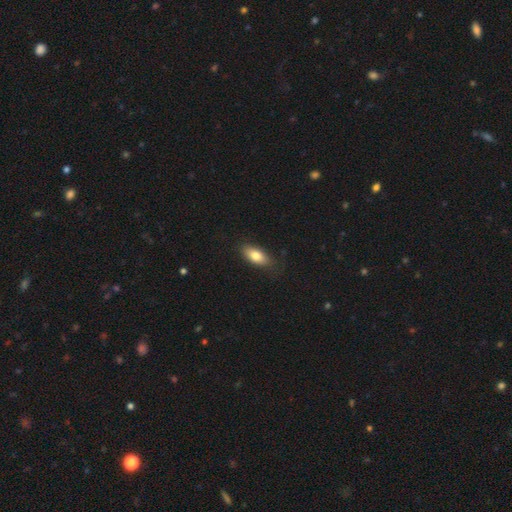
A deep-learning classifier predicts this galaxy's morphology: The model was most divided on "merging": none: 80%, minor disturbance: 15%, major disturbance: 3%, merger: 1%. More confident: how rounded — in between (85%); smooth or featured — smooth (80%).